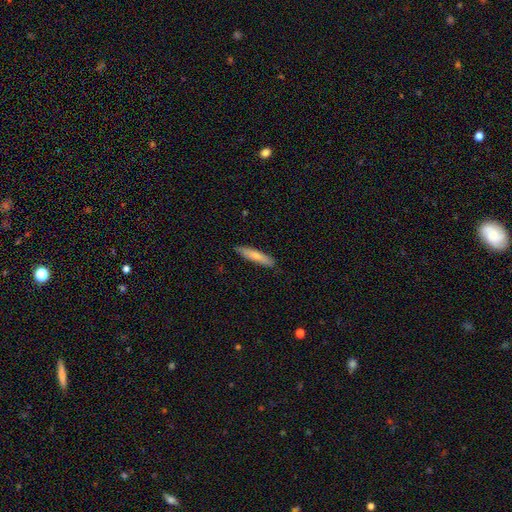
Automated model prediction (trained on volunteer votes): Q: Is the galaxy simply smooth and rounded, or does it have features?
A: smooth — 72%.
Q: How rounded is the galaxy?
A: cigar-shaped — 87%.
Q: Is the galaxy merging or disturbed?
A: none — 87%.